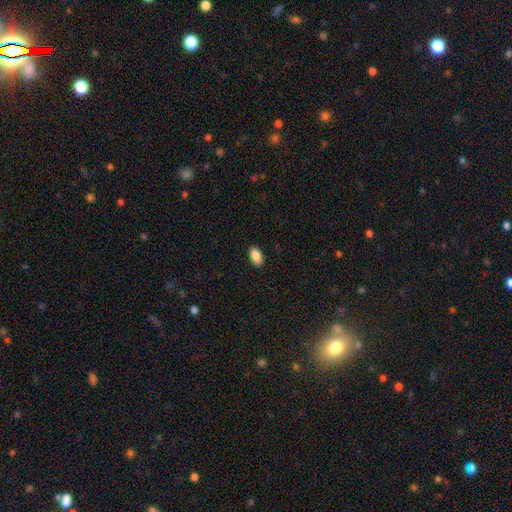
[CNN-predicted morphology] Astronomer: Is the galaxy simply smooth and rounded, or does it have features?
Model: smooth — 89%.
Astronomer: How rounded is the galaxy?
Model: in between — 93%.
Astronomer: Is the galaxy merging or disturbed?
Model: none — 89%.